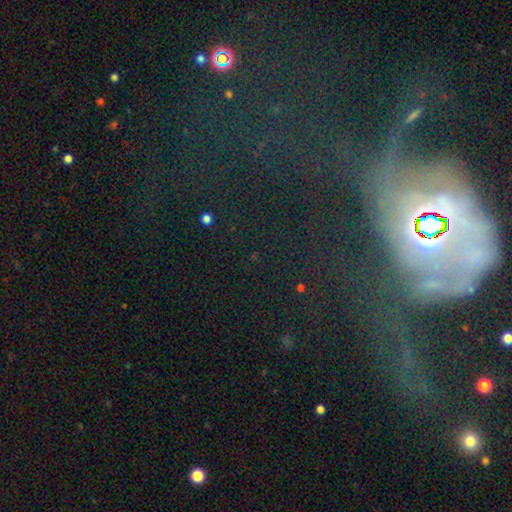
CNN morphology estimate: type=featured or disk (42%); merging=none (46%).